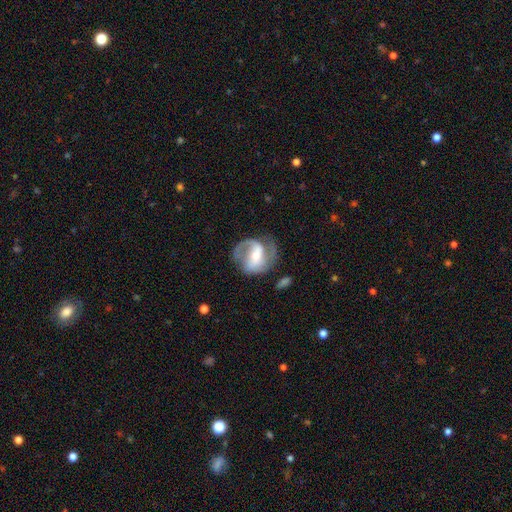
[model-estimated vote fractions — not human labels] Smooth or featured? Predicted: featured or disk (p=0.83). Edge-on disk? Predicted: no (p=0.97). Bar? Predicted: weak (p=0.40). Spiral arms? Predicted: yes (p=0.93). Spiral winding? Predicted: medium (p=0.50). Spiral arm count? Predicted: 2 (p=0.78). Bulge size? Predicted: moderate (p=0.53). Merging? Predicted: none (p=0.65).